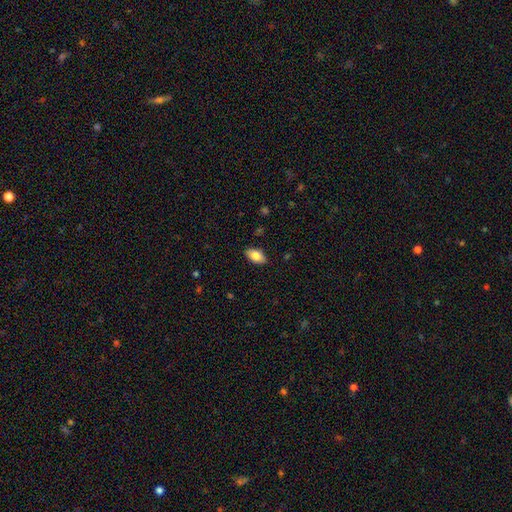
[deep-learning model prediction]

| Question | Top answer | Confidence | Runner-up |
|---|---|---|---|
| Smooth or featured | smooth | 81% | featured or disk (12%) |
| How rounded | in between | 93% | round (5%) |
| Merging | none | 87% | minor disturbance (10%) |